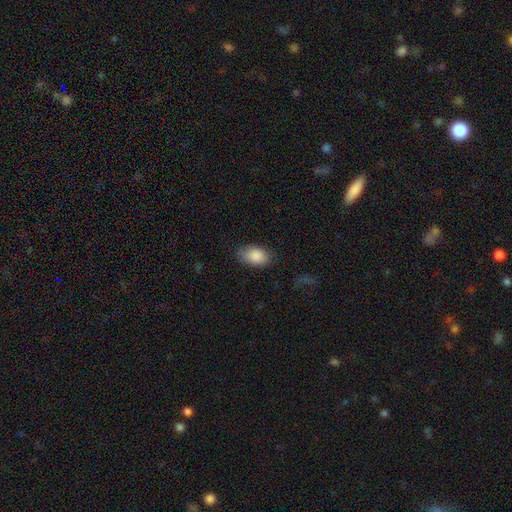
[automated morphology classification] The model was most divided on "merging": none: 79%, minor disturbance: 16%, major disturbance: 4%, merger: 1%. More confident: how rounded — in between (91%); smooth or featured — smooth (88%).